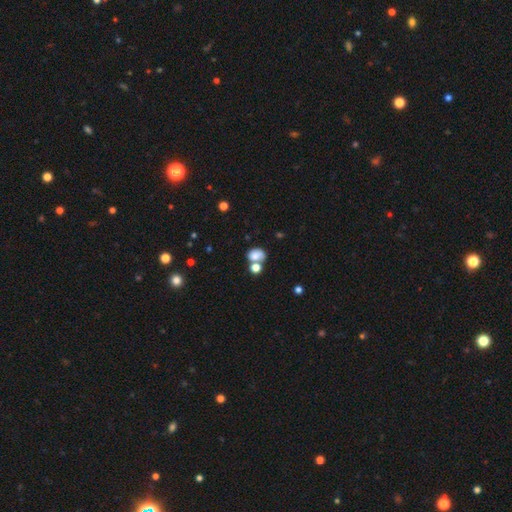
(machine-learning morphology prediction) Smooth or featured? Predicted: smooth (p=0.79). How rounded? Predicted: in between (p=0.60). Merging? Predicted: merger (p=0.40, tied with none).